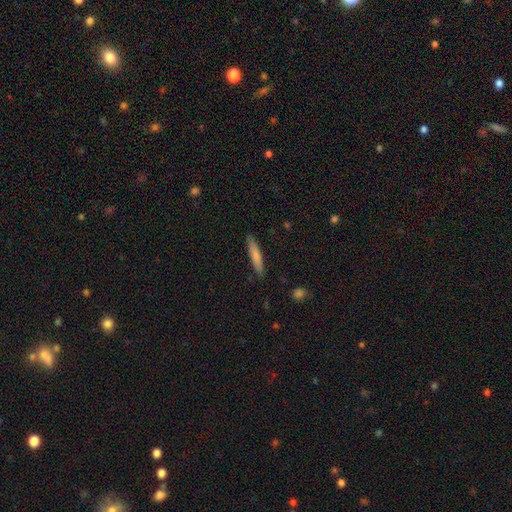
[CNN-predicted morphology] smooth-or-featured: smooth: 72% | featured or disk: 22% | star or artifact: 6%
  how-rounded: cigar-shaped: 92% | in between: 6% | round: 1%
  merging: none: 89% | minor disturbance: 8% | major disturbance: 2% | merger: 1%